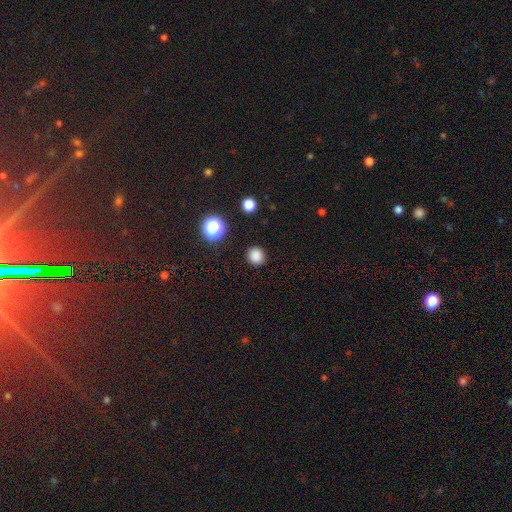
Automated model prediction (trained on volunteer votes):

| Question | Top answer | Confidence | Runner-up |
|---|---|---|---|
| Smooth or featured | smooth | 84% | star or artifact (13%) |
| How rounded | round | 91% | in between (9%) |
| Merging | none | 90% | minor disturbance (6%) |